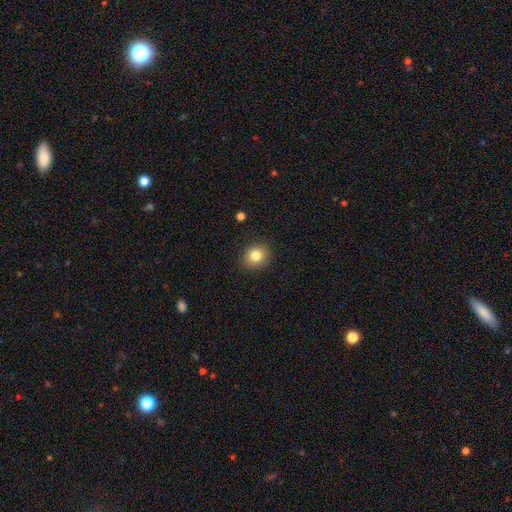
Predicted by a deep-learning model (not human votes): smooth 82%, star or artifact 10%, featured or disk 7%. Down the decision tree: how rounded — round (75%); merging — none (89%).